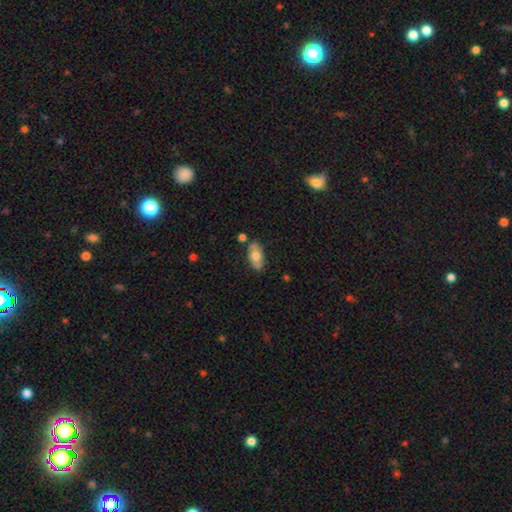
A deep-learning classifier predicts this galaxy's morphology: This is likely a smooth galaxy (65%). How rounded: clearly in between (89%). Merging: likely none (78%).